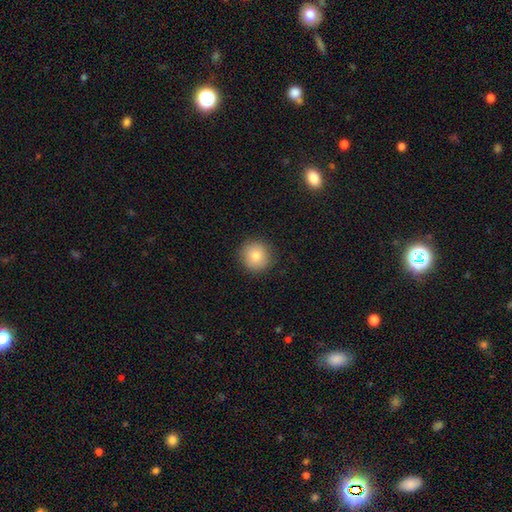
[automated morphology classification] A smooth galaxy with no disk features (81%) that is round (94%).

Vote fractions:
- Smooth or featured? smooth: 81% / star or artifact: 10% / featured or disk: 10%
- How rounded? round: 94% / in between: 5% / cigar-shaped: 1%
- Merging? none: 90% / minor disturbance: 7% / major disturbance: 2% / merger: 1%